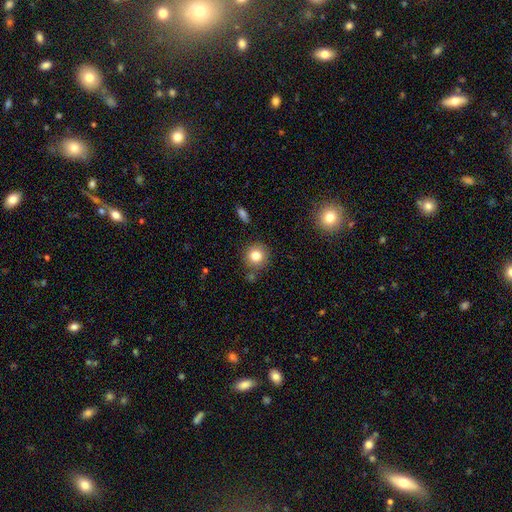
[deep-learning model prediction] smooth-or-featured: smooth: 81% | star or artifact: 10% | featured or disk: 9%
  how-rounded: round: 90% | in between: 9% | cigar-shaped: 1%
  merging: none: 82% | minor disturbance: 10% | merger: 5% | major disturbance: 3%